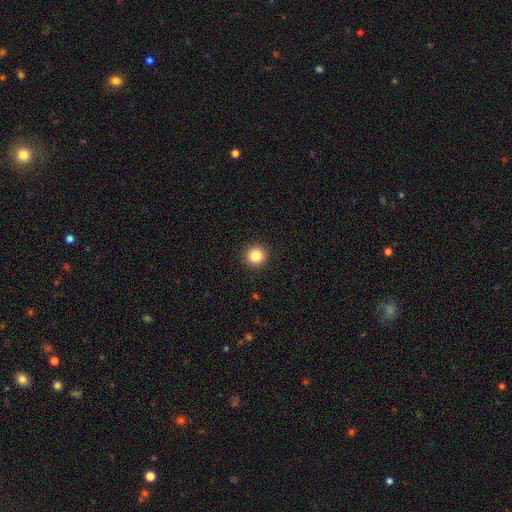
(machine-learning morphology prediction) type=smooth (86%); roundness=round (95%); merging=none (93%).